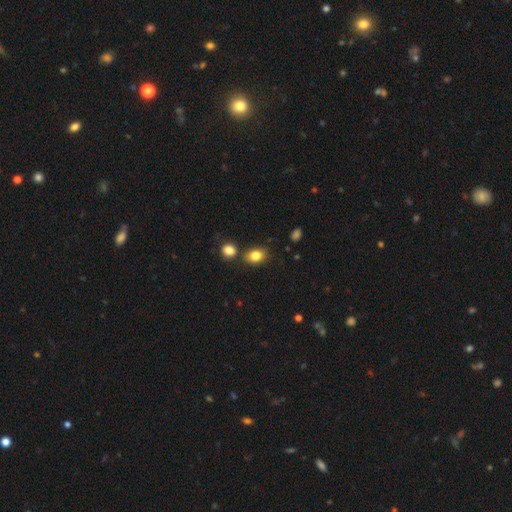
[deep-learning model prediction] Smooth or featured: smooth — 83% (star or artifact — 10%)
How rounded: in between — 62% (round — 36%)
Merging: none — 74% (minor disturbance — 12%)